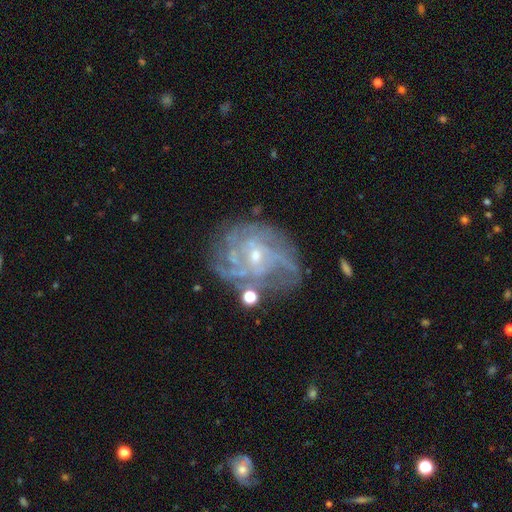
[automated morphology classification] featured or disk 84%, star or artifact 8%, smooth 8%. Down the decision tree: edge-on disk — no (97%); bar — no (57%); spiral arms — yes (91%); spiral arm count — can't tell (36%); spiral winding — tight (51%); bulge size — small (67%); merging — none (64%).